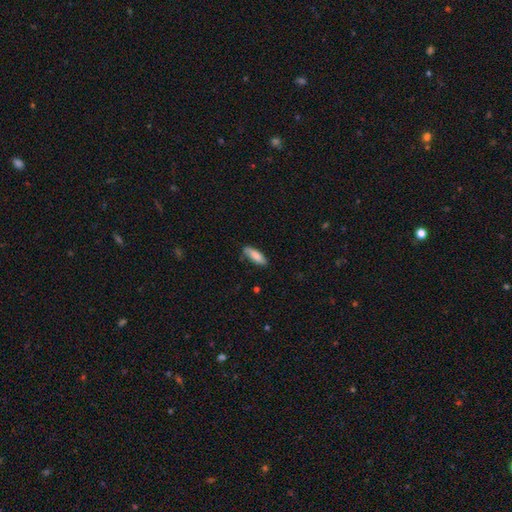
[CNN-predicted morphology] A smooth galaxy with no disk features (81%) that is in between round and cigar-shaped (63%).

Vote fractions:
- Smooth or featured? smooth: 81% / featured or disk: 13% / star or artifact: 6%
- How rounded? in between: 63% / cigar-shaped: 35% / round: 2%
- Merging? none: 75% / minor disturbance: 19% / major disturbance: 3% / merger: 2%